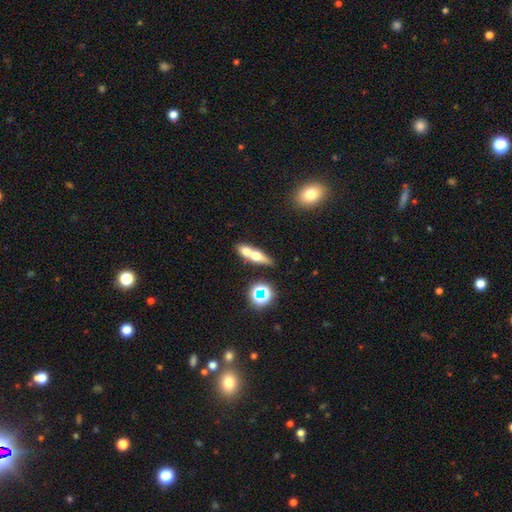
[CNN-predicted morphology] Smooth or featured? Predicted: smooth (p=0.50). Merging? Predicted: merger (p=0.52).